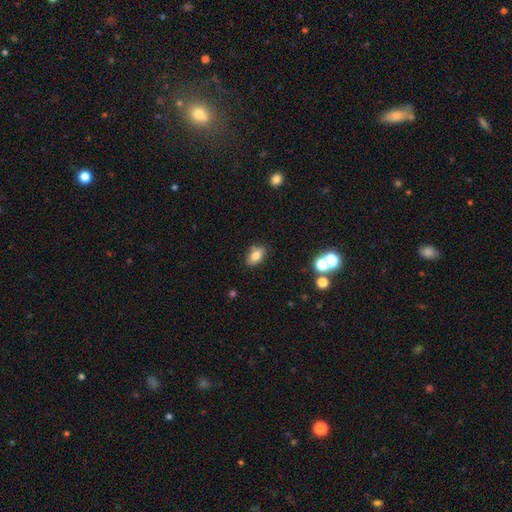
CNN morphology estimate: A smooth galaxy with no disk features (77%) that is in between round and cigar-shaped (87%).

Vote fractions:
- Smooth or featured? smooth: 77% / featured or disk: 13% / star or artifact: 10%
- How rounded? in between: 87% / round: 10% / cigar-shaped: 4%
- Merging? none: 82% / minor disturbance: 12% / merger: 4% / major disturbance: 2%